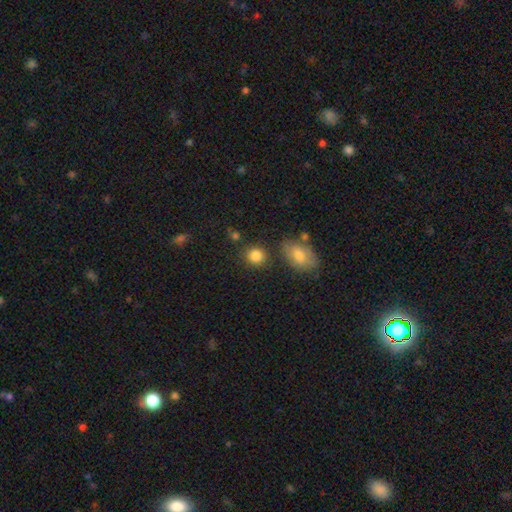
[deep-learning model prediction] smooth_or_featured: smooth (p=0.85) [alt: star or artifact p=0.10]
how_rounded: round (p=0.80) [alt: in between p=0.18]
merging: none (p=0.79) [alt: minor disturbance p=0.10]